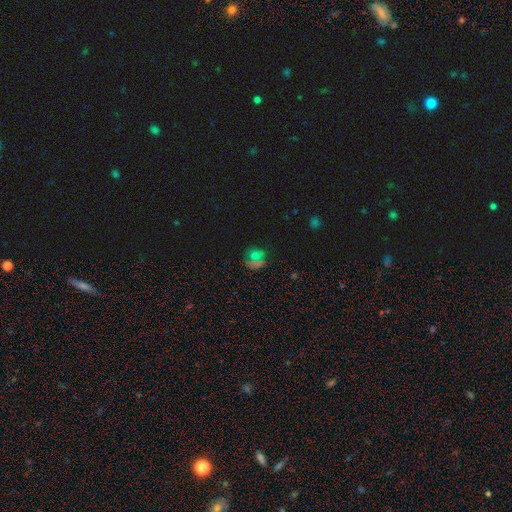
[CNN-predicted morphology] Smooth or featured: smooth — 51% (star or artifact — 39%)
How rounded: round — 81% (in between — 16%)
Merging: none — 66% (minor disturbance — 14%)